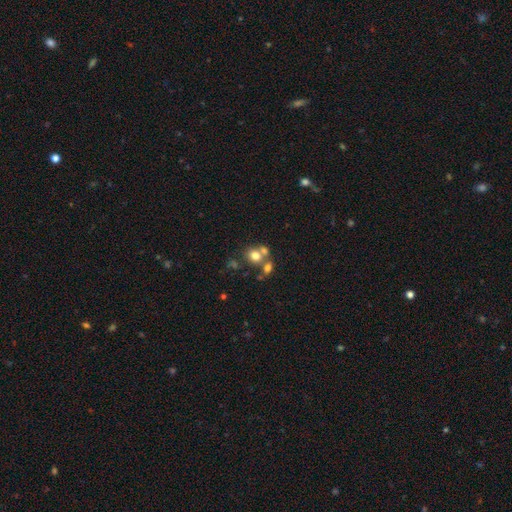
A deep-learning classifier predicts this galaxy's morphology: Smooth or featured? smooth (71%)
How rounded? round (73%)
Merging? none (44%)